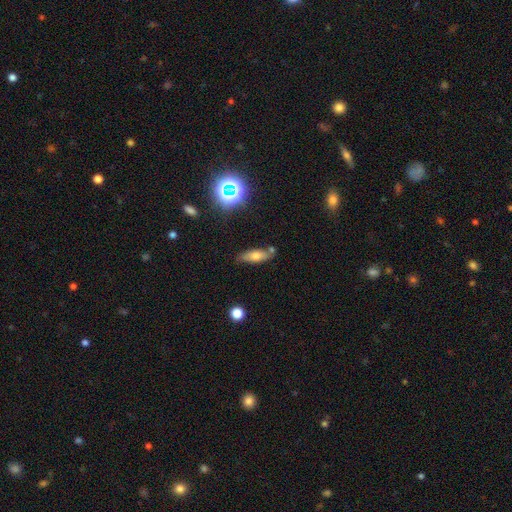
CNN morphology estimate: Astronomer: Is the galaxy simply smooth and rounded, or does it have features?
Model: smooth — 63%.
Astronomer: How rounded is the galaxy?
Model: in between — 64%.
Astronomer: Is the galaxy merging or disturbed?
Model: none — 71%.